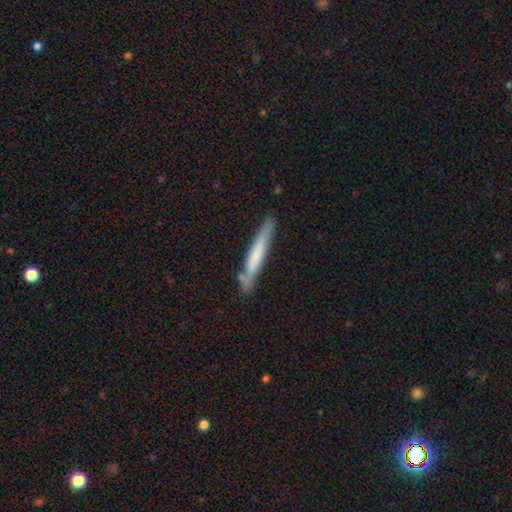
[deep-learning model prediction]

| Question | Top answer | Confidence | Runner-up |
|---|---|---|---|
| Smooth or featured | smooth | 62% | featured or disk (33%) |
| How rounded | cigar-shaped | 95% | in between (3%) |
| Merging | none | 78% | minor disturbance (14%) |